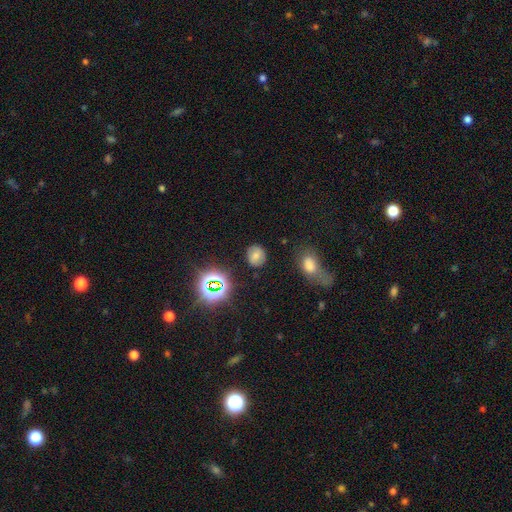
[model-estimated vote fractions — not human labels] smooth_or_featured: smooth (p=0.65) [alt: star or artifact p=0.21]
how_rounded: round (p=0.70) [alt: in between p=0.28]
merging: none (p=0.84) [alt: minor disturbance p=0.11]